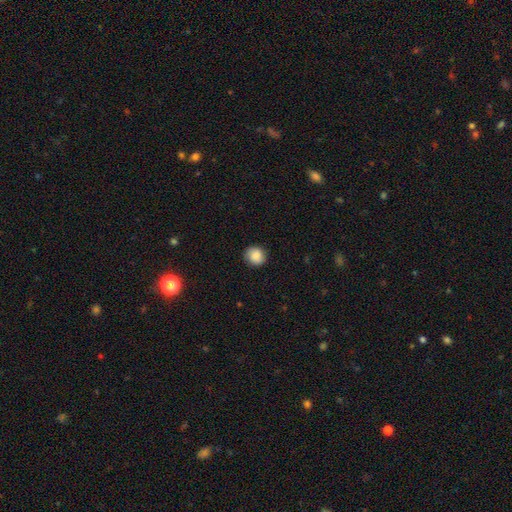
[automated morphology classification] A smooth galaxy with no disk features (87%) that is round (84%). Merging: none (87%).